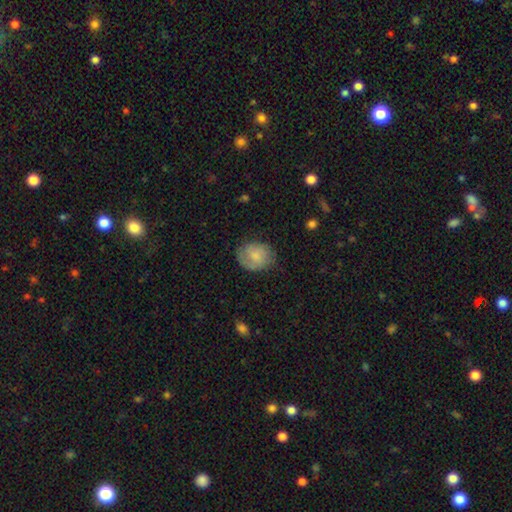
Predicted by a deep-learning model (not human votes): A smooth galaxy with no disk features (67%) that is round (54%).

Vote fractions:
- Smooth or featured? smooth: 67% / featured or disk: 26% / star or artifact: 7%
- How rounded? round: 54% / in between: 45% / cigar-shaped: 1%
- Merging? none: 68% / minor disturbance: 24% / major disturbance: 7% / merger: 1%